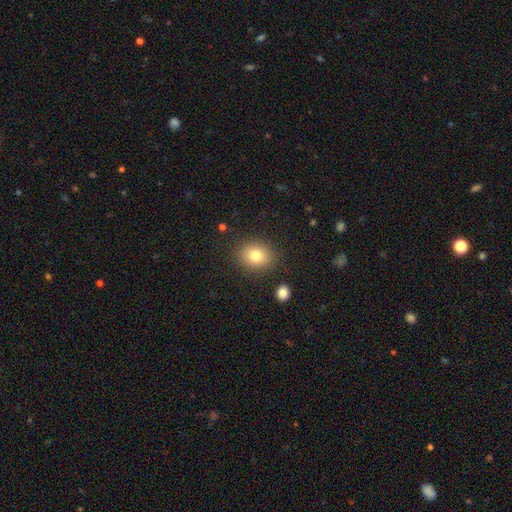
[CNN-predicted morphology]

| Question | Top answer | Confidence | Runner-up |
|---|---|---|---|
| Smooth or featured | smooth | 79% | star or artifact (11%) |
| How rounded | round | 65% | in between (34%) |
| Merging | none | 87% | minor disturbance (8%) |